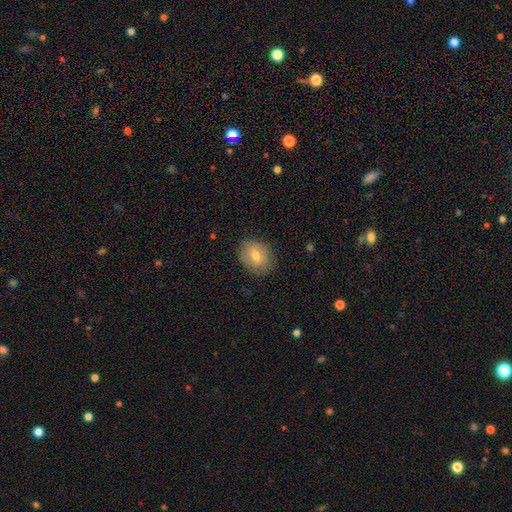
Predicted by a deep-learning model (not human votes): smooth 68%, featured or disk 24%, star or artifact 8%. Down the decision tree: how rounded — in between (56%); merging — none (79%).